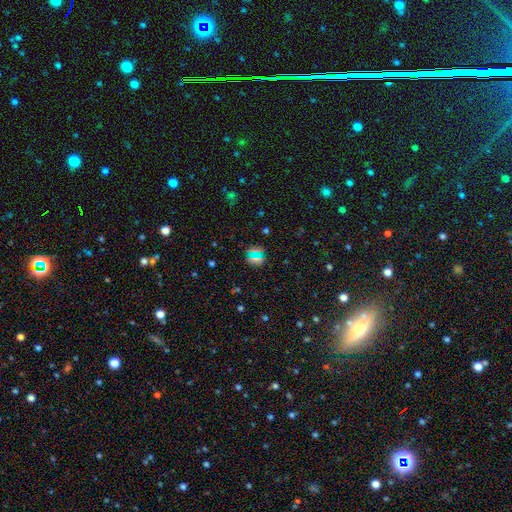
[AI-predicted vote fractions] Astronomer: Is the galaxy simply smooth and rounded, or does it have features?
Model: smooth — 57% (runner-up: star or artifact, 33%).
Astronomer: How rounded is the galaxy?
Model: round — 80%.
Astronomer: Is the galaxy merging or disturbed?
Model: none — 77%.